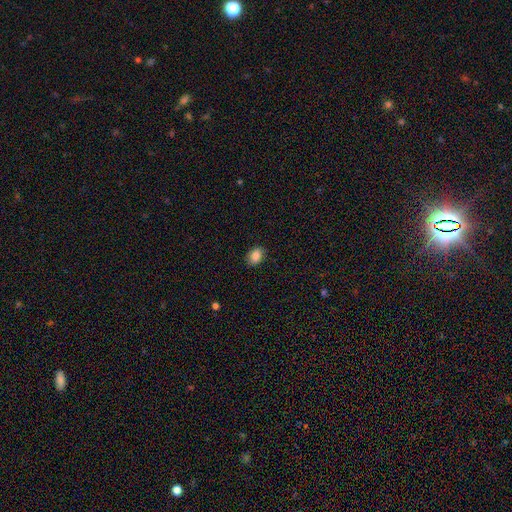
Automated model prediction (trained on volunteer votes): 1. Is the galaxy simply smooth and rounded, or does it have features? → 87% smooth, 8% star or artifact, 5% featured or disk.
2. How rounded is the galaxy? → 75% in between, 24% round, 1% cigar-shaped.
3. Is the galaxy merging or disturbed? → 86% none, 11% minor disturbance, 2% major disturbance, 1% merger.